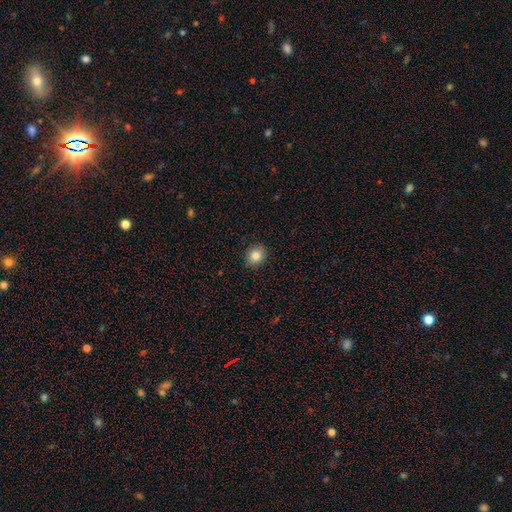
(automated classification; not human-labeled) Smooth or featured?
  - smooth: 82% *
  - star or artifact: 10%
  - featured or disk: 8%
How rounded?
  - round: 68% *
  - in between: 31%
  - cigar-shaped: 1%
Merging?
  - none: 89% *
  - minor disturbance: 8%
  - major disturbance: 2%
  - merger: 1%